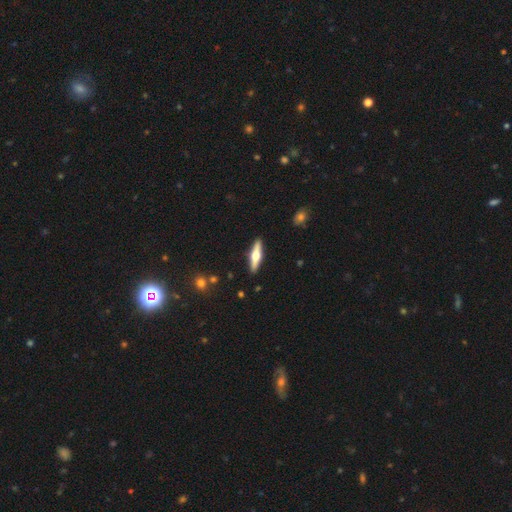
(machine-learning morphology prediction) The model was most divided on "smooth or featured": featured or disk: 59%, smooth: 35%, star or artifact: 5%. More confident: edge-on disk — yes (95%); edge-on bulge — rounded (94%); merging — none (90%).